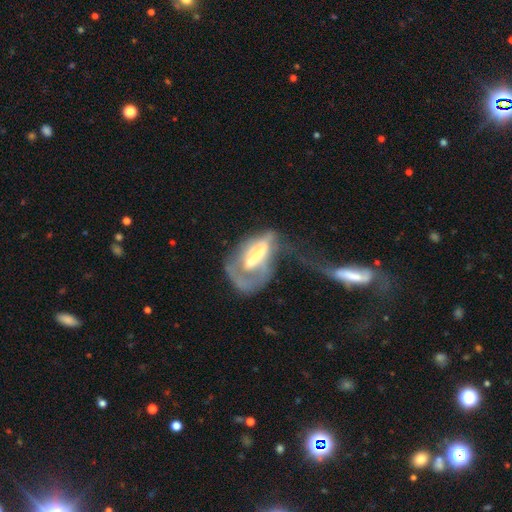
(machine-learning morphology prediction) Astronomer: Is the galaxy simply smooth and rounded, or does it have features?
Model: featured or disk — 59% (runner-up: smooth, 34%).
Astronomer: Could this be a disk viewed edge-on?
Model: no — 80%.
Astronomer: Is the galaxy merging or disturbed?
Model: major disturbance — 55%.